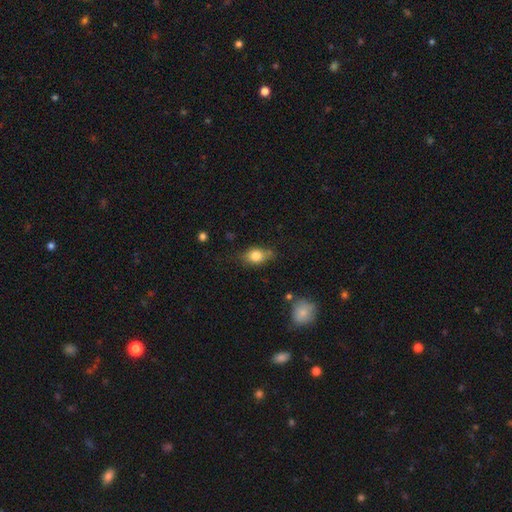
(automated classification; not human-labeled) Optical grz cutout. It shows a smooth galaxy with no disk features (77%) that is in between round and cigar-shaped (68%). Merging: none (60%).